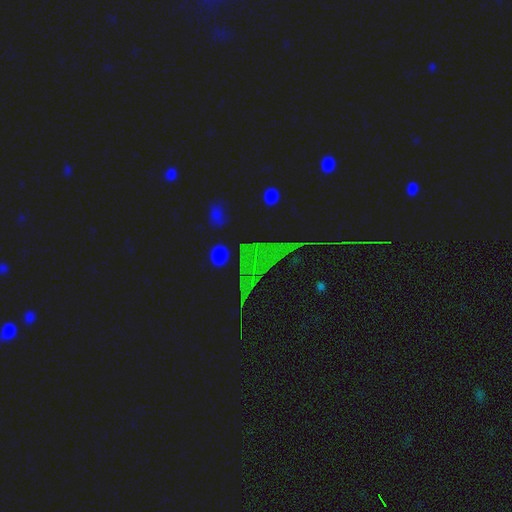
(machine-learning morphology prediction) star or artifact 74%, smooth 15%, featured or disk 11%.